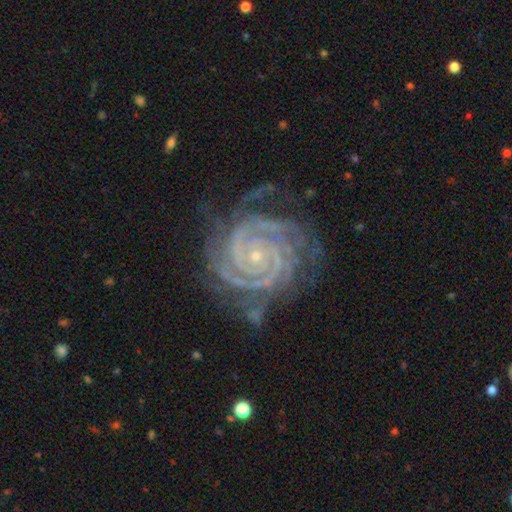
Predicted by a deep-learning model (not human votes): Smooth or featured: featured or disk — 93% (star or artifact — 5%)
Edge-on disk: no — 98% (yes — 2%)
Bar: no — 72% (weak — 18%)
Spiral arms: yes — 99% (no — 1%)
Spiral winding: tight — 85% (medium — 13%)
Spiral arm count: 2 — 32% (3 — 23%)
Bulge size: small — 86% (moderate — 10%)
Merging: none — 69% (minor disturbance — 20%)